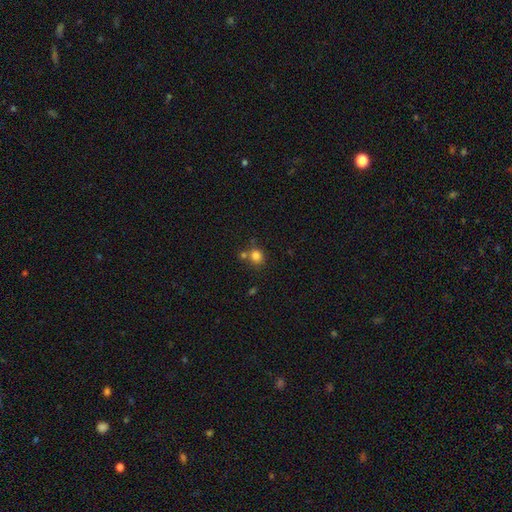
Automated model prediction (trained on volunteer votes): Q: Smooth or featured?
A: smooth (81%); runner-up: star or artifact (12%)
Q: How rounded?
A: round (84%); runner-up: in between (15%)
Q: Merging?
A: none (62%); runner-up: merger (23%)